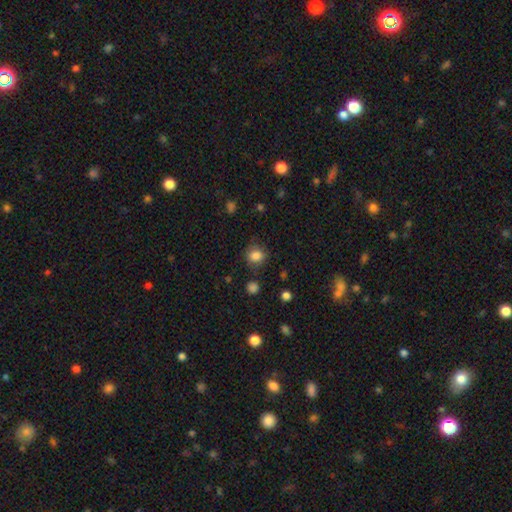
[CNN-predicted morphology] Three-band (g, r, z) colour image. It shows a smooth galaxy with no disk features (83%) that is round (76%). Merging: none (76%).